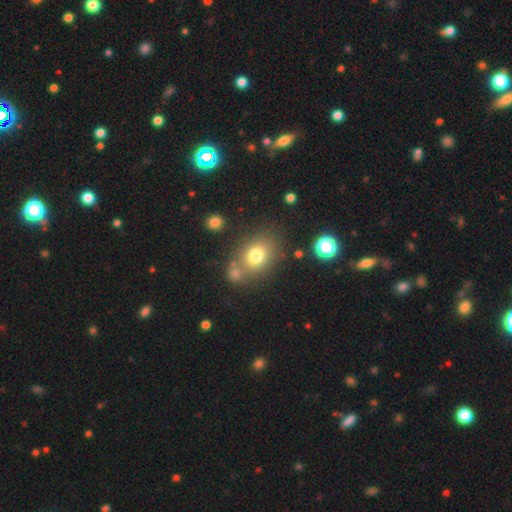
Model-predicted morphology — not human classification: smooth 75%, star or artifact 13%, featured or disk 12%. Down the decision tree: how rounded — in between (56%); merging — none (63%).